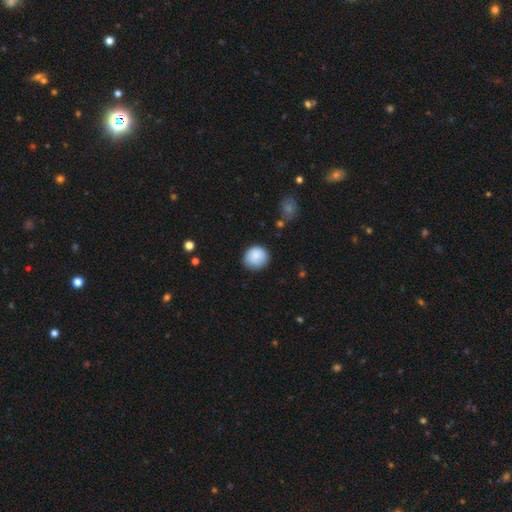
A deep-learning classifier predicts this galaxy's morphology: smooth_or_featured: smooth (p=0.86) [alt: star or artifact p=0.07]
how_rounded: round (p=0.87) [alt: in between p=0.12]
merging: none (p=0.80) [alt: minor disturbance p=0.15]